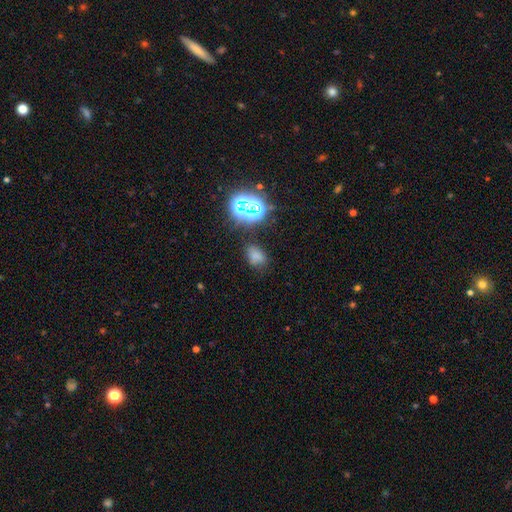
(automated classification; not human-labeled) The model was most divided on "smooth or featured": smooth: 60%, star or artifact: 31%, featured or disk: 9%. More confident: how rounded — in between (79%); merging — none (68%).